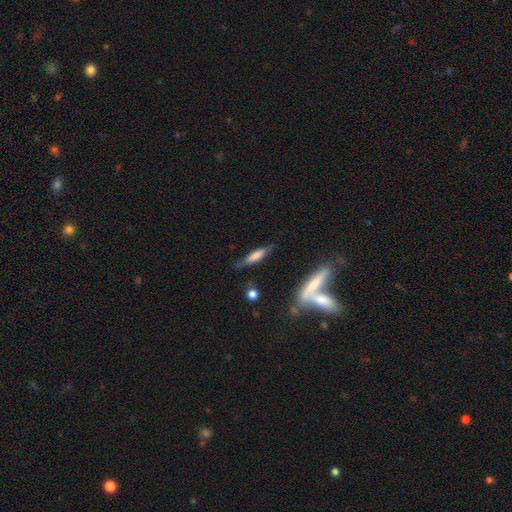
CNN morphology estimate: Overall: smooth (56%; featured or disk 36%). How rounded: cigar-shaped (70%). Merging: none (68%).